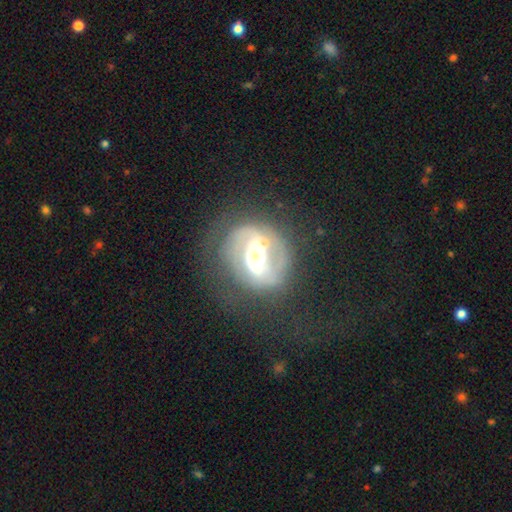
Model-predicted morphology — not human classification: smooth_or_featured: featured or disk (p=0.80) [alt: smooth p=0.13]
disk_edge_on: no (p=0.96) [alt: yes p=0.04]
bar: strong (p=0.51) [alt: weak p=0.32]
has_spiral_arms: yes (p=0.83) [alt: no p=0.17]
spiral_winding: medium (p=0.45) [alt: tight p=0.29]
spiral_arm_count: 2 (p=0.77) [alt: can't tell p=0.10]
bulge_size: moderate (p=0.52) [alt: large p=0.23]
merging: none (p=0.62) [alt: major disturbance p=0.18]